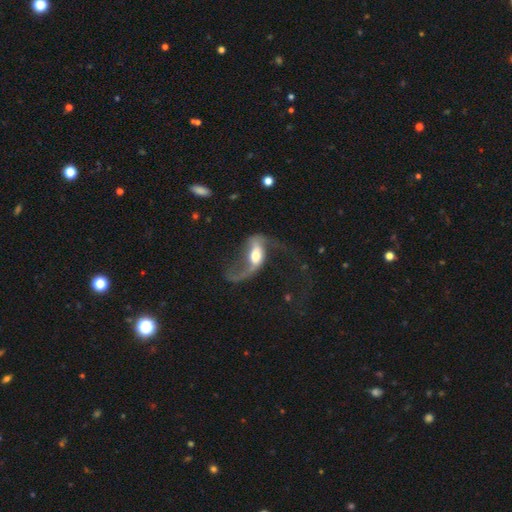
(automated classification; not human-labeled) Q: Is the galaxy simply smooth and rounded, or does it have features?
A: featured or disk — 79%.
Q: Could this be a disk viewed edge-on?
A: no — 92%.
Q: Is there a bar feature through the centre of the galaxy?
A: no — 34%, tied with weak.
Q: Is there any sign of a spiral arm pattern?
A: yes — 90%.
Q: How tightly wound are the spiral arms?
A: loose — 85%.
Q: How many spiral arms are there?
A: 2 — 81%.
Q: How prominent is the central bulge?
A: moderate — 59%.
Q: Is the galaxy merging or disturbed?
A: none — 41%.